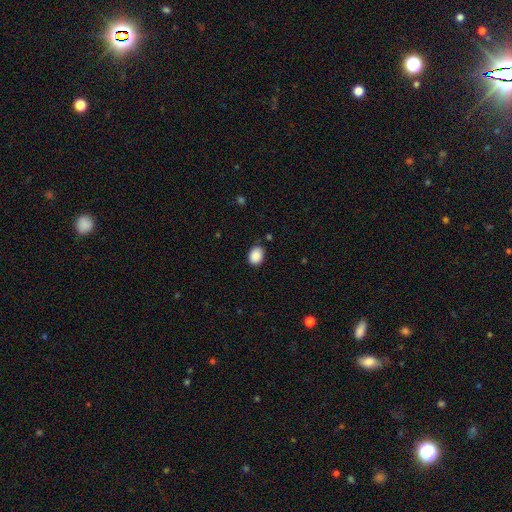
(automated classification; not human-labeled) Smooth or featured: smooth — 89% (star or artifact — 8%)
How rounded: in between — 67% (round — 32%)
Merging: none — 82% (minor disturbance — 14%)